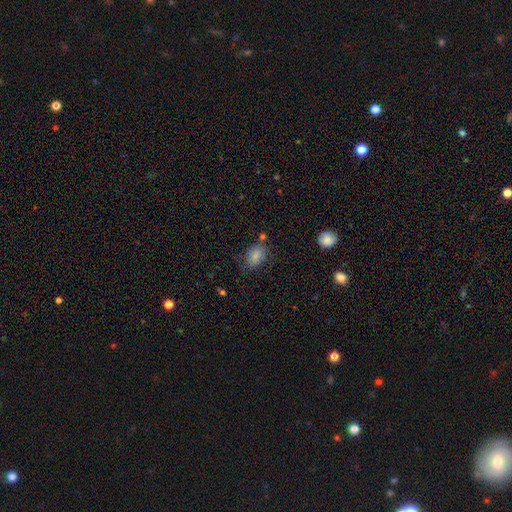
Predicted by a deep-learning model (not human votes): smooth_or_featured: smooth (p=0.79) [alt: featured or disk p=0.11]
how_rounded: in between (p=0.77) [alt: round p=0.21]
merging: none (p=0.60) [alt: minor disturbance p=0.25]